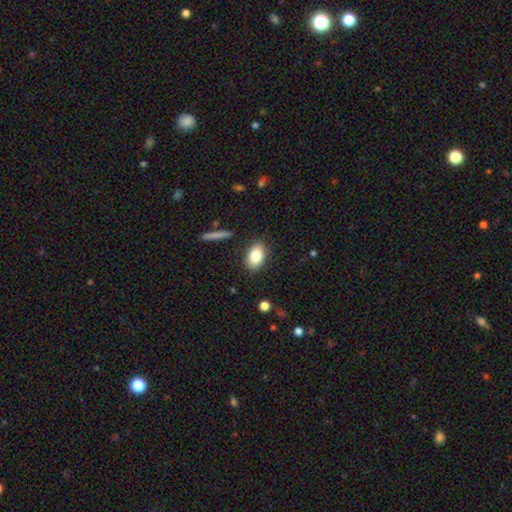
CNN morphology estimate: smooth 83%, featured or disk 10%, star or artifact 7%. Down the decision tree: how rounded — in between (89%); merging — none (87%).